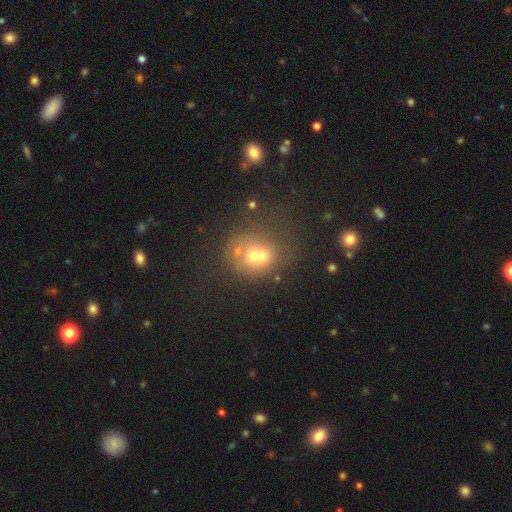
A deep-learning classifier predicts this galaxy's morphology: Smooth or featured?
  - smooth: 53% *
  - featured or disk: 31%
  - star or artifact: 16%
How rounded?
  - round: 71% *
  - in between: 28%
  - cigar-shaped: 1%
Merging?
  - merger: 57% *
  - none: 29%
  - minor disturbance: 8%
  - major disturbance: 6%